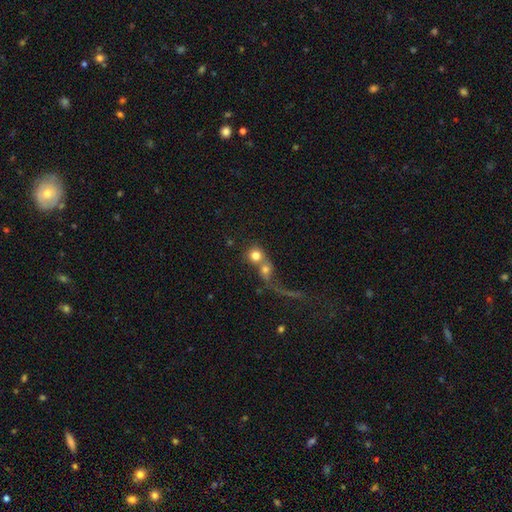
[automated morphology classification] smooth_or_featured: smooth (p=0.72) [alt: featured or disk p=0.17]
how_rounded: round (p=0.85) [alt: in between p=0.13]
merging: merger (p=0.60) [alt: none p=0.26]